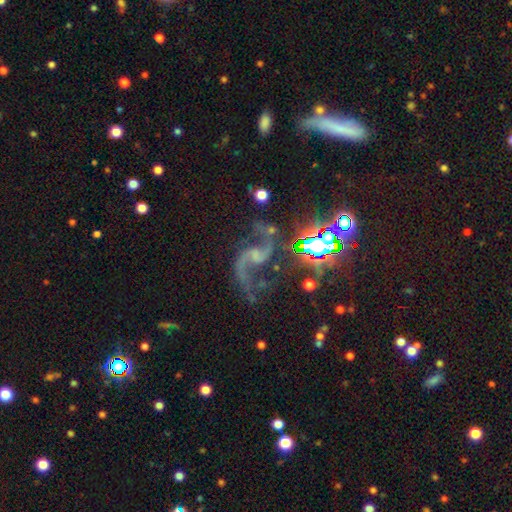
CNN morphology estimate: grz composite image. It shows a featured or disk galaxy (86%) with a weak bar (43%), 2 (93%) loose (84%) spiral arms (97%) and no central bulge (45%). Merging: none (61%).